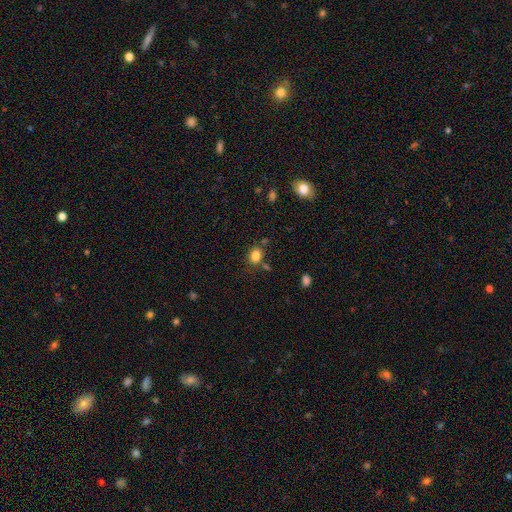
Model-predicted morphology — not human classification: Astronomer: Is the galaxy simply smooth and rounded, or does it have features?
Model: smooth — 83%.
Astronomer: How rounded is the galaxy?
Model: in between — 54% (runner-up: round, 45%).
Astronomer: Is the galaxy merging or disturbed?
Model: none — 71%.